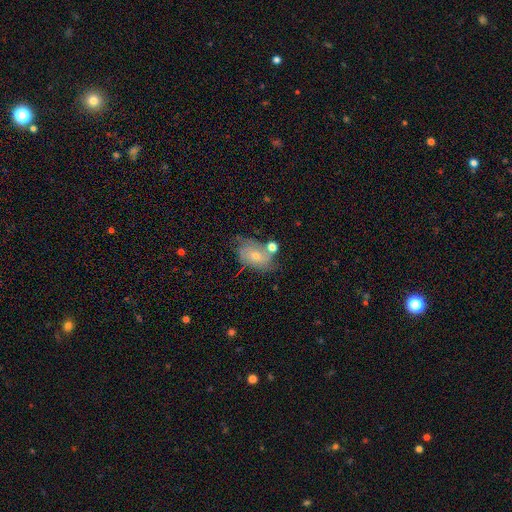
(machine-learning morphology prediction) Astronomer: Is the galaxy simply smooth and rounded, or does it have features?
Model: smooth — 51% (runner-up: featured or disk, 41%).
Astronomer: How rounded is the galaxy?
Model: in between — 80%.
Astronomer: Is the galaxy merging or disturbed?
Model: none — 45% (runner-up: minor disturbance, 26%).